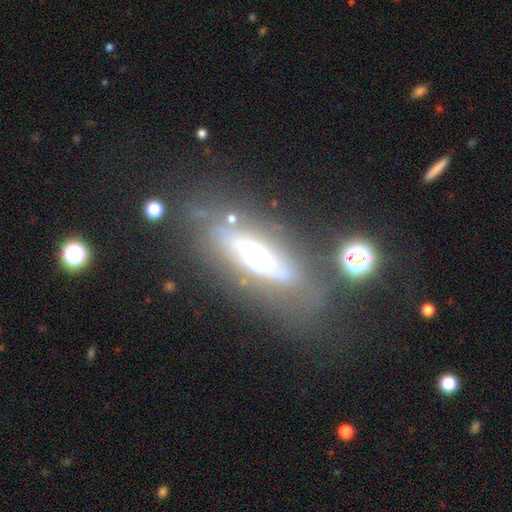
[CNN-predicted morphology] Q: Smooth or featured?
A: featured or disk (71%); runner-up: smooth (20%)
Q: Edge-on disk?
A: no (69%); runner-up: yes (31%)
Q: Merging?
A: none (59%); runner-up: minor disturbance (21%)